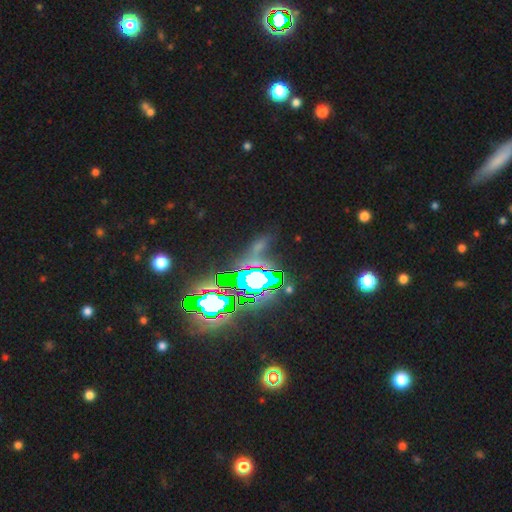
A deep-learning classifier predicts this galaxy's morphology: smooth_or_featured: star or artifact (p=0.80) [alt: smooth p=0.10]